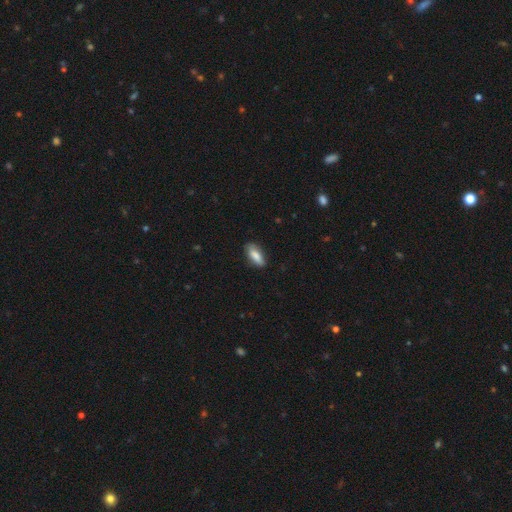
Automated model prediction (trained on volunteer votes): smooth-or-featured: smooth: 82% | featured or disk: 11% | star or artifact: 6%
  how-rounded: in between: 72% | cigar-shaped: 26% | round: 2%
  merging: none: 79% | minor disturbance: 16% | major disturbance: 3% | merger: 1%